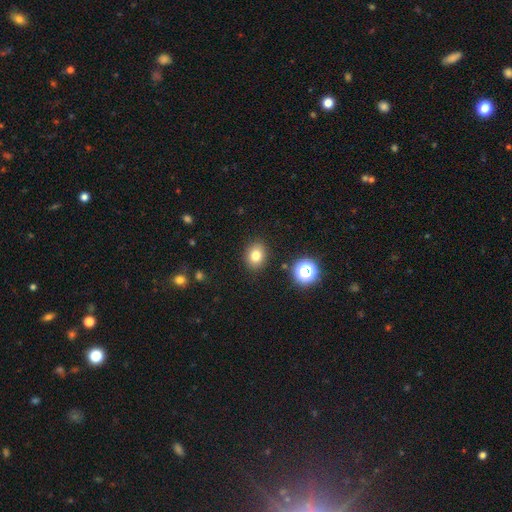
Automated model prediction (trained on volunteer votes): Smooth or featured: smooth — 78% (star or artifact — 13%)
How rounded: round — 53% (in between — 46%)
Merging: none — 87% (minor disturbance — 8%)